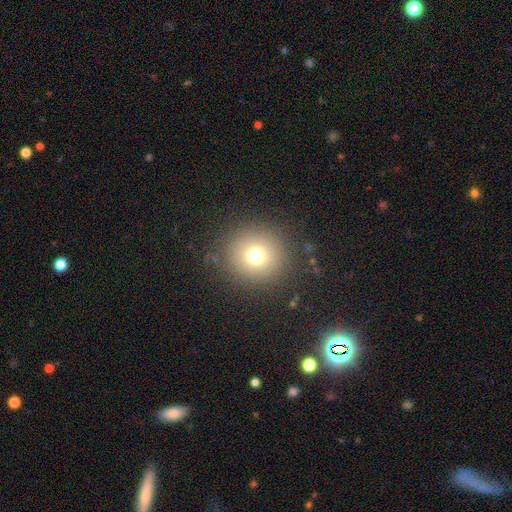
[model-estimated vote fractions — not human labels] Smooth or featured? Predicted: smooth (p=0.73). How rounded? Predicted: round (p=0.93). Merging? Predicted: none (p=0.88).